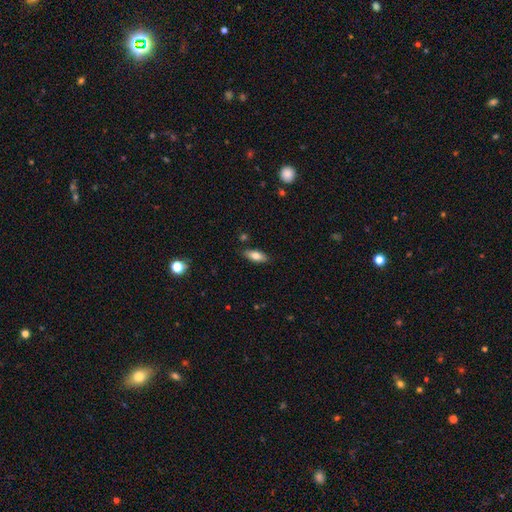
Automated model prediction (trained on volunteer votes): Smooth or featured: smooth — 76% (featured or disk — 16%)
How rounded: in between — 79% (cigar-shaped — 19%)
Merging: none — 84% (minor disturbance — 12%)